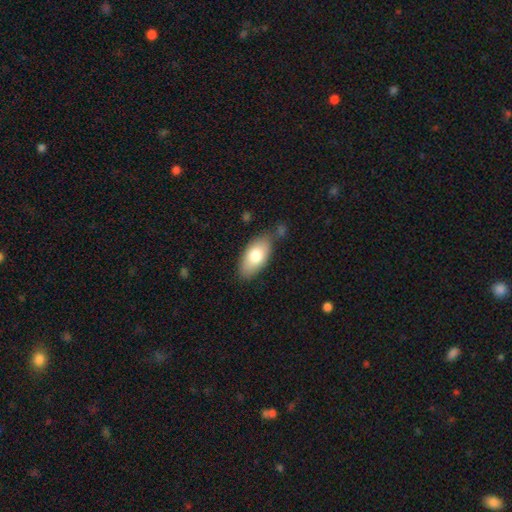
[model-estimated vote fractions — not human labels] Smooth or featured?
  - smooth: 77% *
  - featured or disk: 16%
  - star or artifact: 6%
How rounded?
  - in between: 92% *
  - cigar-shaped: 5%
  - round: 3%
Merging?
  - none: 74% *
  - minor disturbance: 16%
  - merger: 5%
  - major disturbance: 4%